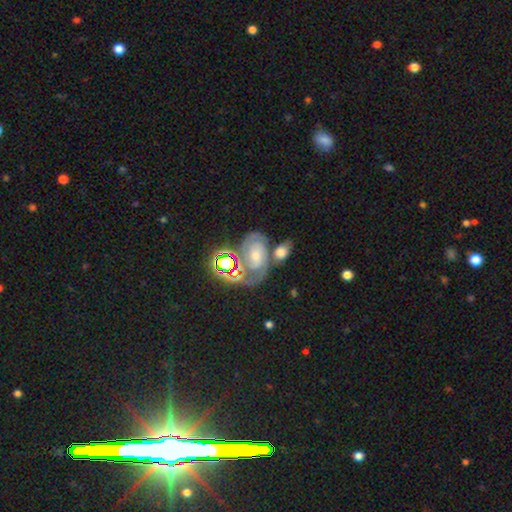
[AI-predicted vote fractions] Smooth or featured?
  - featured or disk: 67% *
  - smooth: 18%
  - star or artifact: 15%
Edge-on disk?
  - no: 97% *
  - yes: 3%
Bar?
  - no: 64% *
  - weak: 27%
  - strong: 9%
Spiral arms?
  - yes: 88% *
  - no: 12%
Spiral winding?
  - tight: 57% *
  - medium: 34%
  - loose: 9%
Spiral arm count?
  - 2: 49% *
  - can't tell: 25%
  - 3: 10%
  - 1: 9%
  - 4: 3%
  - more than 4: 3%
Bulge size?
  - small: 43% *
  - moderate: 36%
  - large: 10%
  - none: 7%
  - dominant: 3%
Merging?
  - none: 44% *
  - merger: 24%
  - minor disturbance: 18%
  - major disturbance: 14%